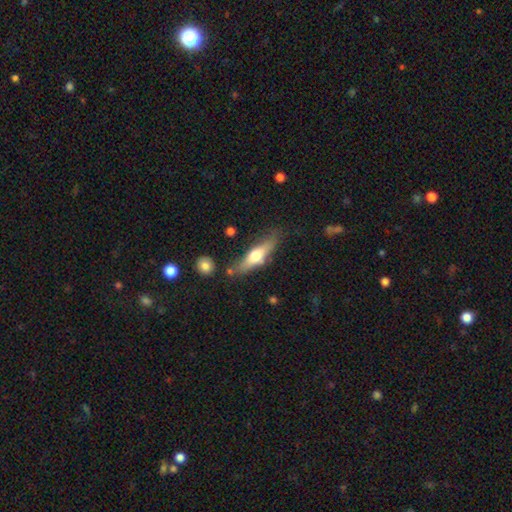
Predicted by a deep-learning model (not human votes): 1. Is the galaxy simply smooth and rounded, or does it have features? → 50% smooth, 44% featured or disk, 6% star or artifact.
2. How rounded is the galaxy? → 66% cigar-shaped, 32% in between, 2% round.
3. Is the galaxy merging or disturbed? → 71% none, 18% minor disturbance, 6% merger, 5% major disturbance.